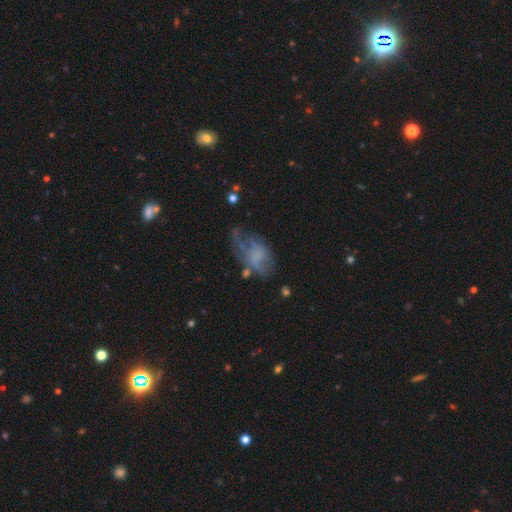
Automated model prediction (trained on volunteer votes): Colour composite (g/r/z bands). It shows a featured or disk galaxy (50%). Merging: major disturbance (38%).